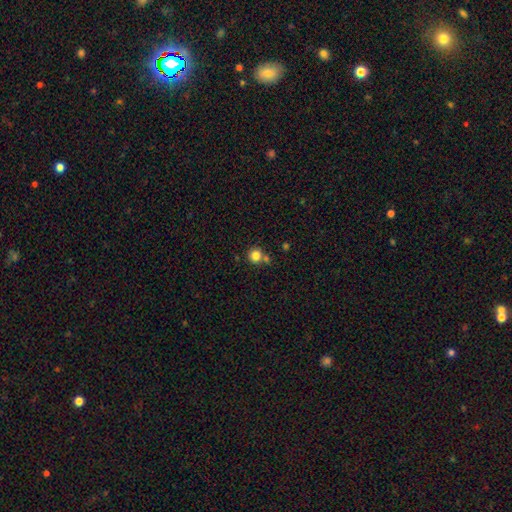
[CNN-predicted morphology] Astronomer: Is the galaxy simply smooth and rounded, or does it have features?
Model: smooth — 83%.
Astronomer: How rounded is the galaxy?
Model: round — 93%.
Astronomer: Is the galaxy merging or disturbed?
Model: none — 67%.